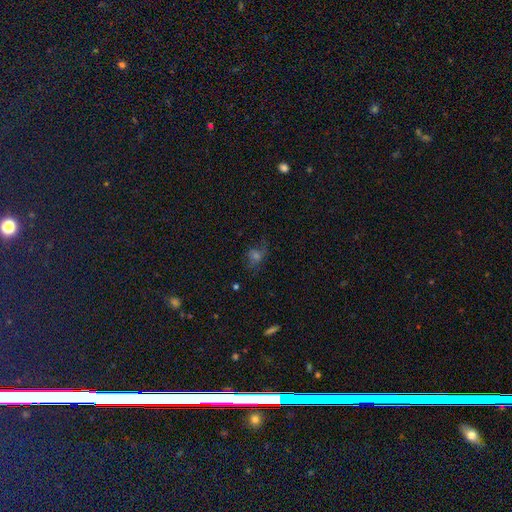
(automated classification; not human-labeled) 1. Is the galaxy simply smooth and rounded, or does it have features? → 39% smooth, 33% star or artifact, 28% featured or disk.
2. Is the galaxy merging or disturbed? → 58% none, 21% minor disturbance, 19% major disturbance, 3% merger.